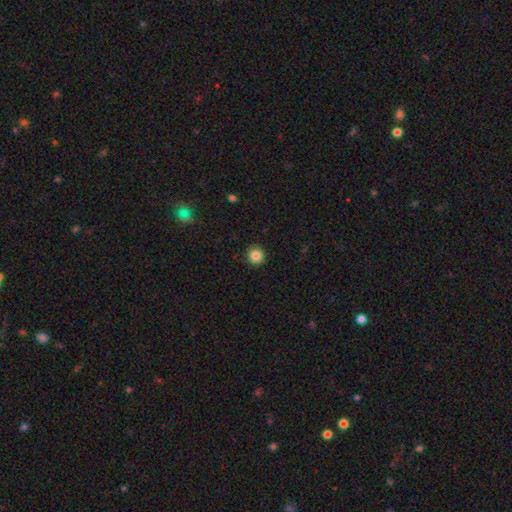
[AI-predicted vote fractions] This appears to be a smooth galaxy with no disk features (85%) that is round (95%). Merging: none (93%).